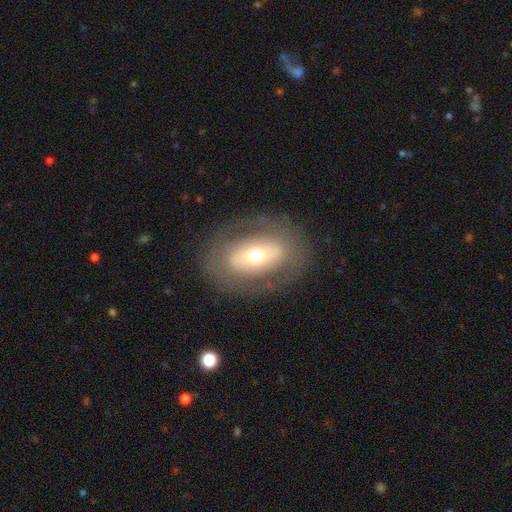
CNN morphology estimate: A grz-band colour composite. It shows a featured or disk galaxy (52%). Merging: none (81%).